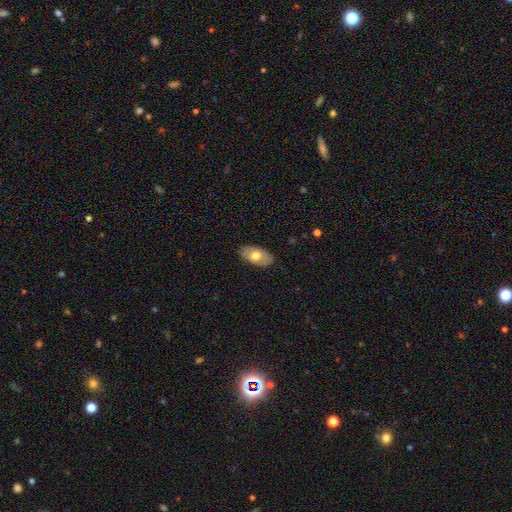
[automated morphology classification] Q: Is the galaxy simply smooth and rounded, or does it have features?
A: smooth — 69%.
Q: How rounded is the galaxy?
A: in between — 94%.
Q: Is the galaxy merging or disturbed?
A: none — 86%.